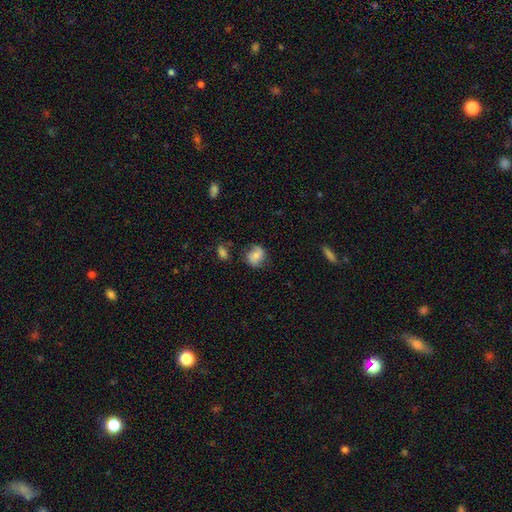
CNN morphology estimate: smooth 72%, featured or disk 19%, star or artifact 9%. Down the decision tree: how rounded — round (66%); merging — none (70%).